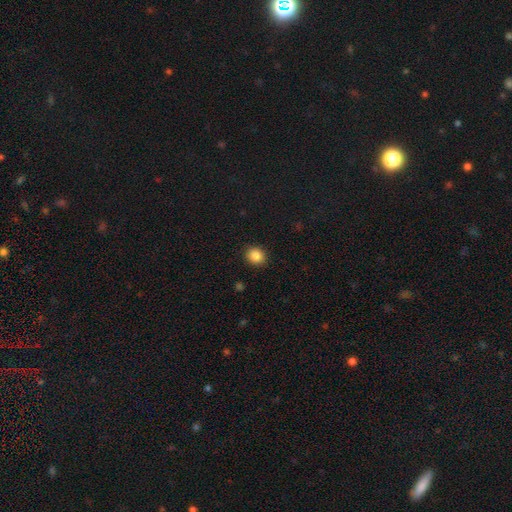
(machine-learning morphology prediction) Q: Smooth or featured?
A: smooth (87%); runner-up: star or artifact (10%)
Q: How rounded?
A: round (71%); runner-up: in between (28%)
Q: Merging?
A: none (90%); runner-up: minor disturbance (7%)